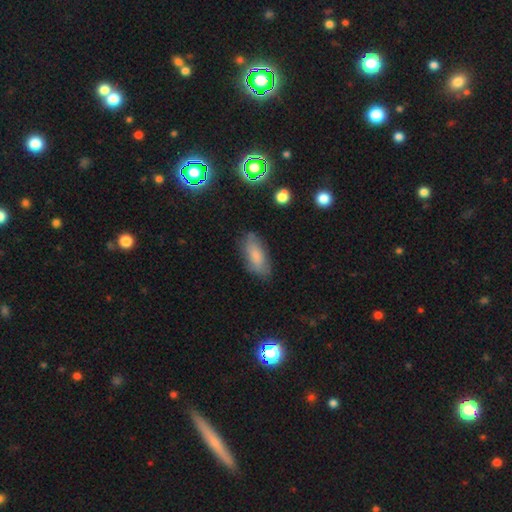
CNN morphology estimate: A smooth galaxy with no disk features (72%) that is in between round and cigar-shaped (81%).

Vote fractions:
- Smooth or featured? smooth: 72% / featured or disk: 18% / star or artifact: 9%
- How rounded? in between: 81% / cigar-shaped: 17% / round: 3%
- Merging? none: 75% / minor disturbance: 18% / major disturbance: 5% / merger: 2%